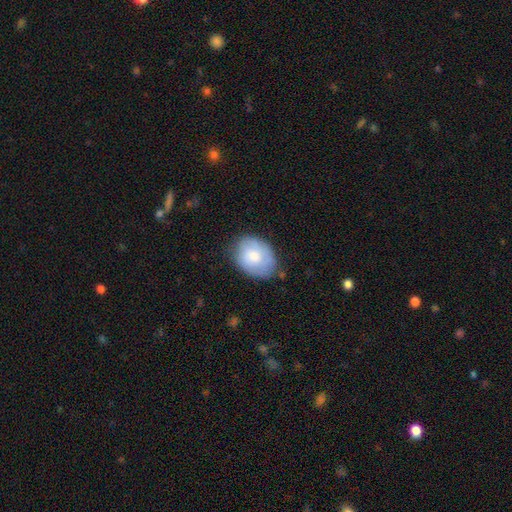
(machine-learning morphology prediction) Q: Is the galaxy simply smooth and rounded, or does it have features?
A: smooth — 59%.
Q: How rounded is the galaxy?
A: in between — 64%.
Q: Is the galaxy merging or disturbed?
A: none — 71%.